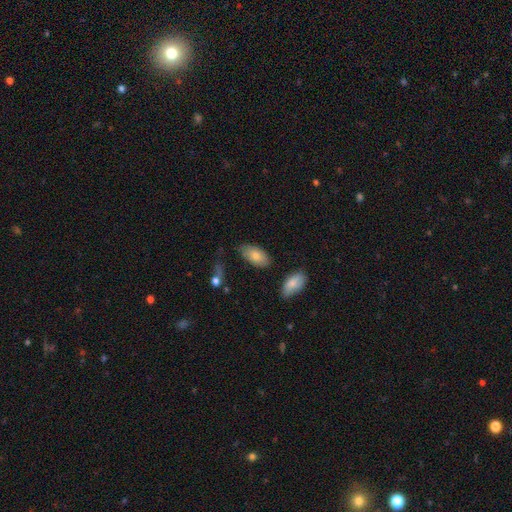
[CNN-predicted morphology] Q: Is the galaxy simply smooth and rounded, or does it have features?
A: smooth — 79%.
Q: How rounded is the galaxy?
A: in between — 94%.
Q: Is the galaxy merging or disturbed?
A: none — 71%.